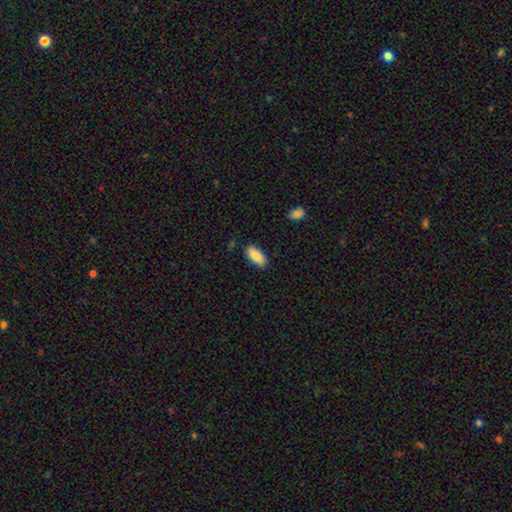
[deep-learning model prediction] Smooth or featured? Predicted: smooth (p=0.83). How rounded? Predicted: in between (p=0.89). Merging? Predicted: none (p=0.85).